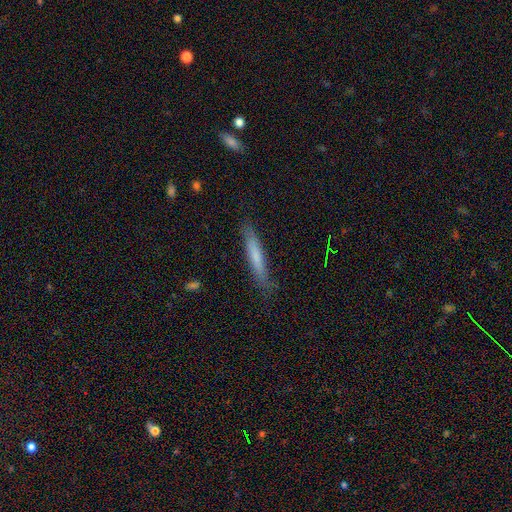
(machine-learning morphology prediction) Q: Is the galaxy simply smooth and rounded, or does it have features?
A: smooth — 67%.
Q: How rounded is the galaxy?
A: cigar-shaped — 93%.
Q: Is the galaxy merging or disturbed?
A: none — 83%.